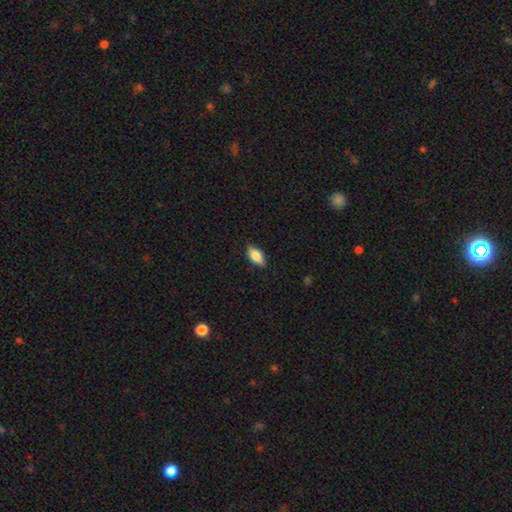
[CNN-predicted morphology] Q: Smooth or featured?
A: smooth (82%); runner-up: featured or disk (12%)
Q: How rounded?
A: in between (87%); runner-up: cigar-shaped (10%)
Q: Merging?
A: none (85%); runner-up: minor disturbance (11%)